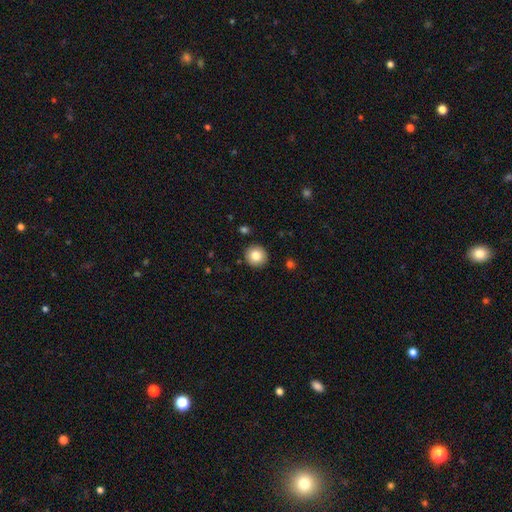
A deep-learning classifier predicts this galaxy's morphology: Smooth or featured?
  - smooth: 82% *
  - star or artifact: 9%
  - featured or disk: 9%
How rounded?
  - round: 92% *
  - in between: 7%
  - cigar-shaped: 1%
Merging?
  - none: 91% *
  - minor disturbance: 6%
  - major disturbance: 2%
  - merger: 1%